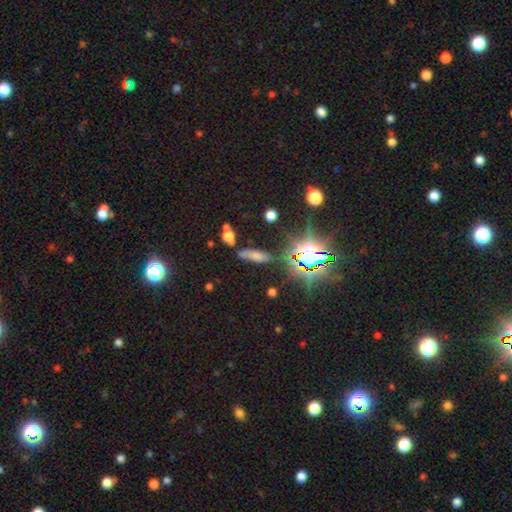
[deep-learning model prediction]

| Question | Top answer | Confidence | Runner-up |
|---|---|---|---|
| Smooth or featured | smooth | 59% | star or artifact (24%) |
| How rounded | cigar-shaped | 52% | in between (43%) |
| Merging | none | 67% | minor disturbance (18%) |